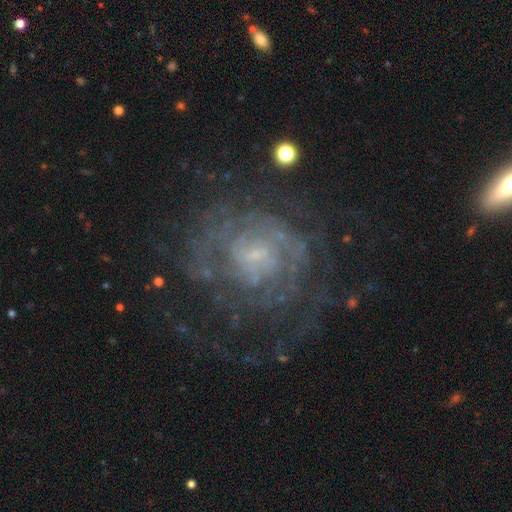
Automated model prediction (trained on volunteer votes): The model was most divided on "bar": no: 47%, weak: 44%, strong: 9%. Remaining: edge-on disk — no (98%); spiral arms — yes (88%); smooth or featured — featured or disk (81%); bulge size — small (69%); merging — none (69%); spiral winding — tight (61%); spiral arm count — can't tell (47%).